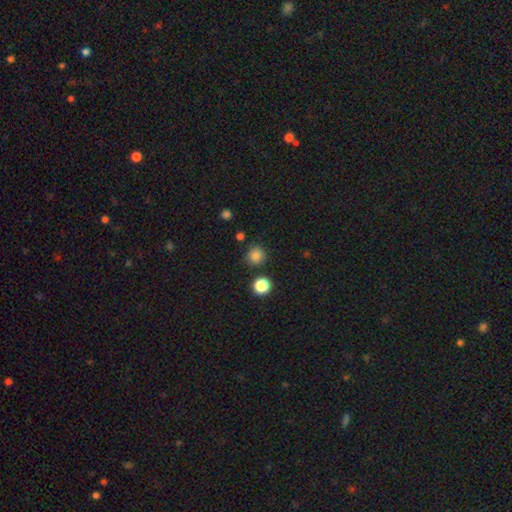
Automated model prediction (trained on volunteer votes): smooth 82%, star or artifact 14%, featured or disk 4%. Down the decision tree: how rounded — round (92%); merging — none (83%).